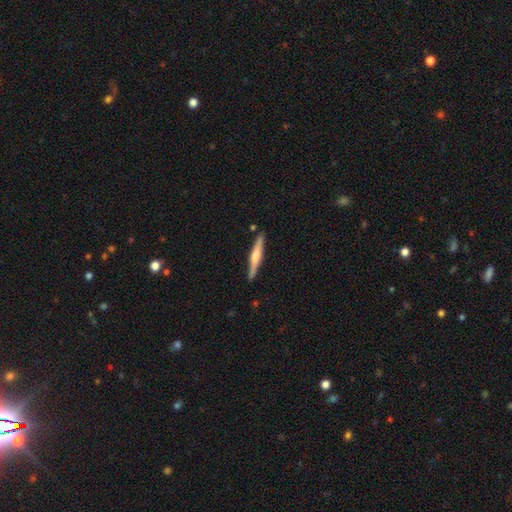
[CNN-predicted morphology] Overall: featured or disk (54%; smooth 41%). Edge-on disk: yes (97%). Edge-on bulge: rounded (62%). Merging: none (86%).